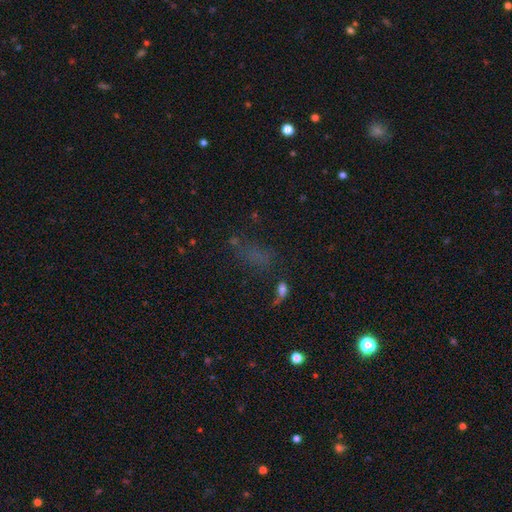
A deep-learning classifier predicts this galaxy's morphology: A smooth galaxy with no disk features (48%). Merging: none (53%).